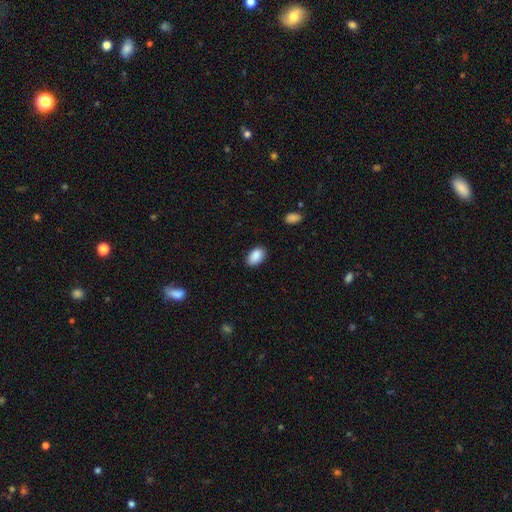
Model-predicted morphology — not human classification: Smooth or featured: smooth — 90% (star or artifact — 7%)
How rounded: in between — 93% (round — 5%)
Merging: none — 85% (minor disturbance — 11%)